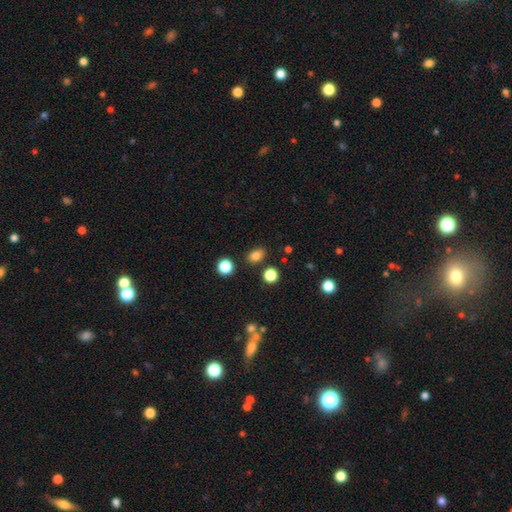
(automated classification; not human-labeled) A smooth galaxy with no disk features (82%) that is in between round and cigar-shaped (73%). Merging: none (84%).